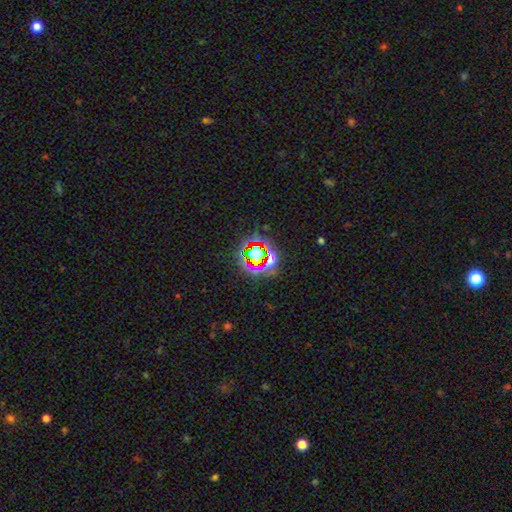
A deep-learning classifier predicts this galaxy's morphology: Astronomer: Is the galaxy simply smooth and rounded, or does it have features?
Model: star or artifact — 69%.